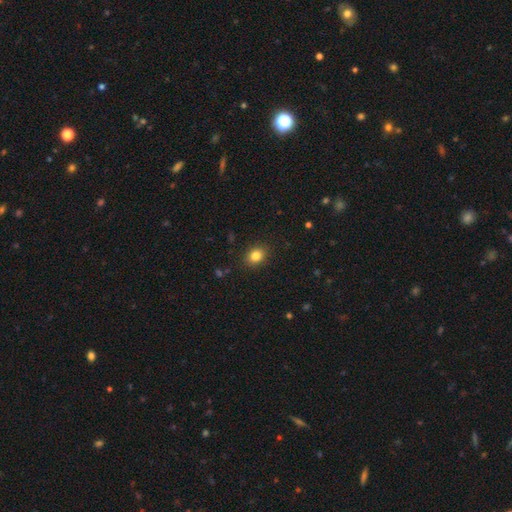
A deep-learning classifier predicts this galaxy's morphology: Q: Smooth or featured?
A: smooth (83%); runner-up: star or artifact (11%)
Q: How rounded?
A: round (53%); runner-up: in between (46%)
Q: Merging?
A: none (89%); runner-up: minor disturbance (8%)